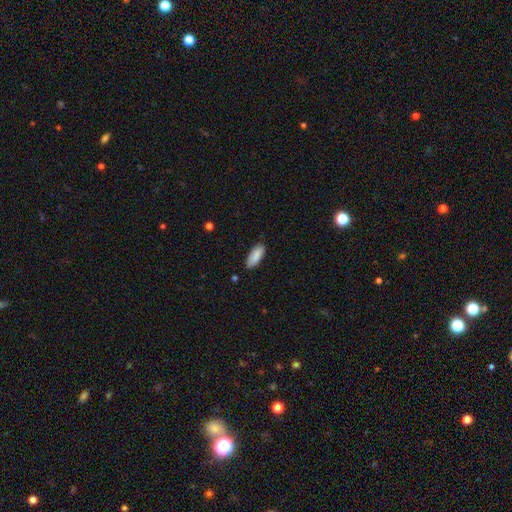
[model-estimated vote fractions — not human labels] Smooth or featured? Predicted: smooth (p=0.88). How rounded? Predicted: in between (p=0.79). Merging? Predicted: none (p=0.84).